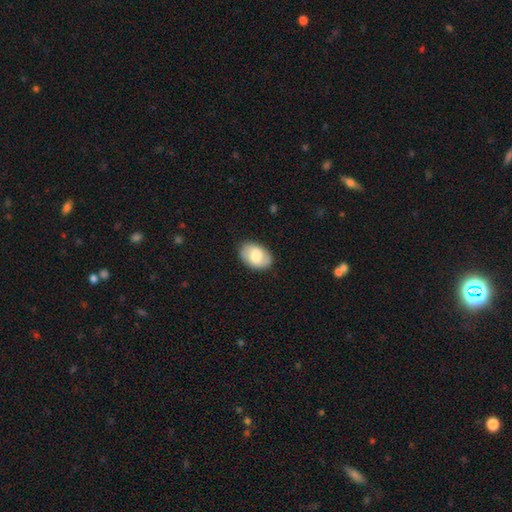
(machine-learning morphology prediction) Q: Smooth or featured?
A: smooth (66%); runner-up: featured or disk (27%)
Q: How rounded?
A: in between (87%); runner-up: round (12%)
Q: Merging?
A: none (85%); runner-up: minor disturbance (11%)